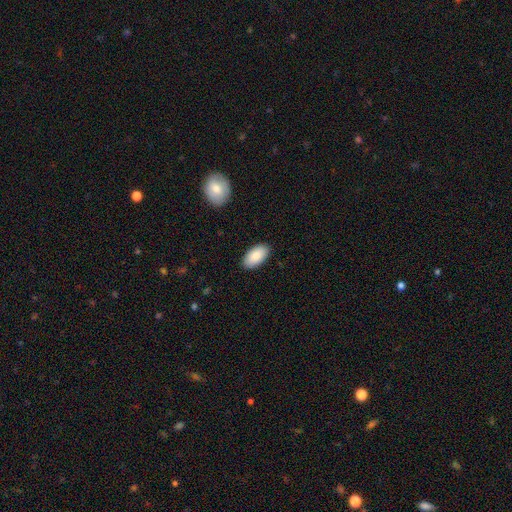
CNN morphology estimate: This is clearly a smooth galaxy (88%). How rounded: clearly in between (96%). Merging: clearly none (88%).